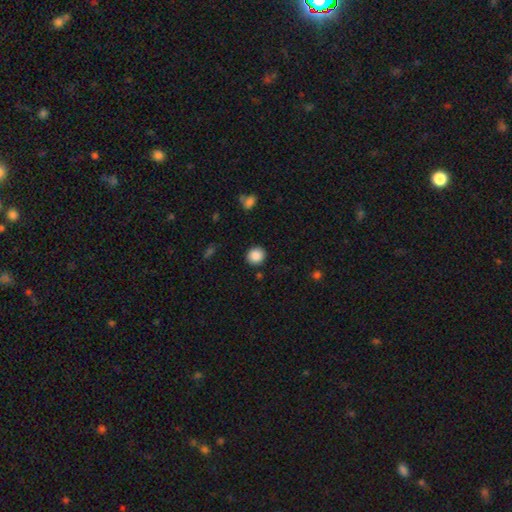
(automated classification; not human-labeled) Smooth or featured: smooth — 88% (star or artifact — 9%)
How rounded: round — 89% (in between — 10%)
Merging: none — 90% (minor disturbance — 6%)